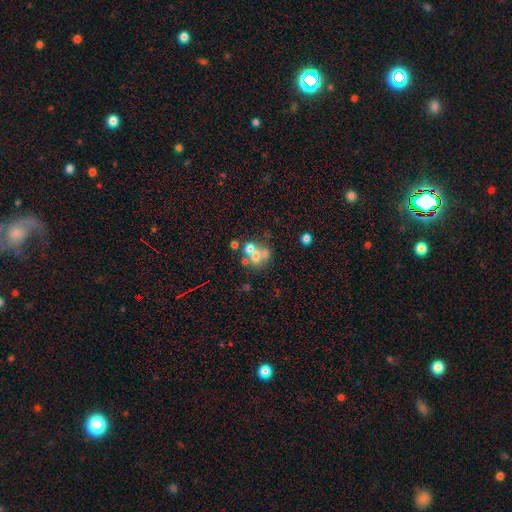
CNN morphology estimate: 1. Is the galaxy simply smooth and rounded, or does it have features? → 48% smooth, 34% featured or disk, 17% star or artifact.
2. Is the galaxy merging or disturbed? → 49% merger, 35% none, 9% minor disturbance, 8% major disturbance.